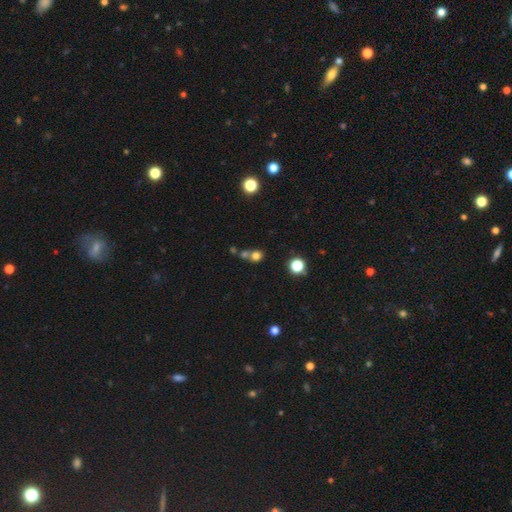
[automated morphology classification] A smooth galaxy with no disk features (74%) that is round (77%).

Vote fractions:
- Smooth or featured? smooth: 74% / star or artifact: 17% / featured or disk: 9%
- How rounded? round: 77% / in between: 22% / cigar-shaped: 1%
- Merging? none: 44% / merger: 43% / minor disturbance: 8% / major disturbance: 5%